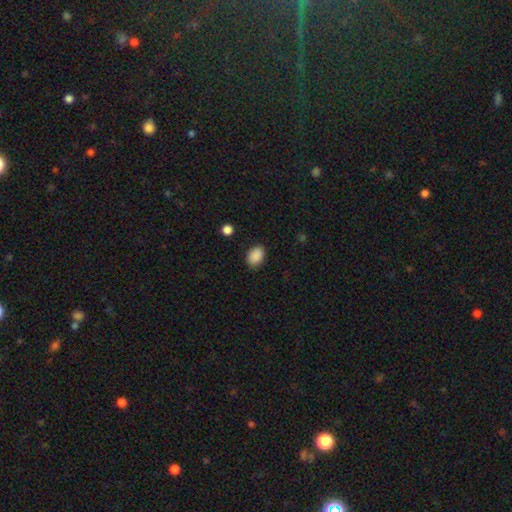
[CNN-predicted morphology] A smooth galaxy with no disk features (90%) that is in between round and cigar-shaped (79%). Merging: none (87%).